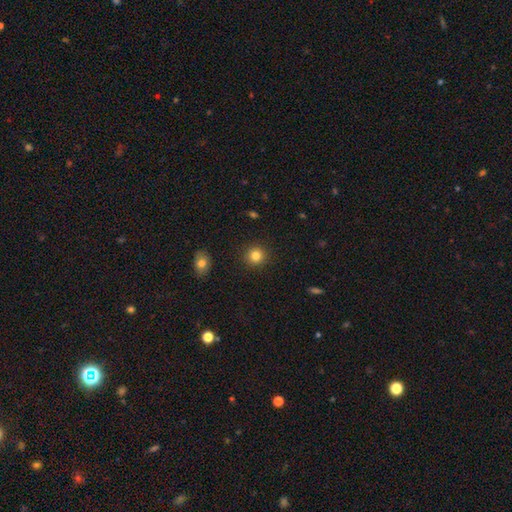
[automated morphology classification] The model was most divided on "smooth or featured": smooth: 83%, star or artifact: 11%, featured or disk: 6%. More confident: how rounded — round (92%); merging — none (92%).